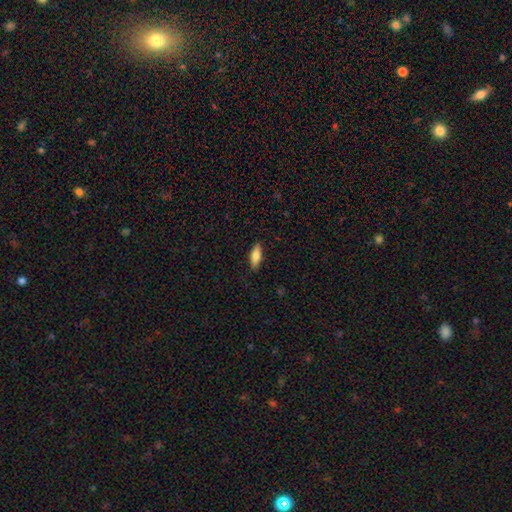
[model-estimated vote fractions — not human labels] Morphology: type=smooth (79%); roundness=in between (62%); merging=none (88%).